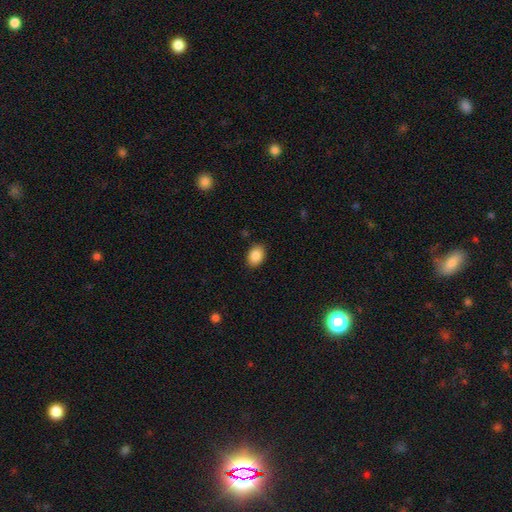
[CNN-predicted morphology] smooth 87%, star or artifact 8%, featured or disk 5%. Down the decision tree: how rounded — in between (76%); merging — none (88%).